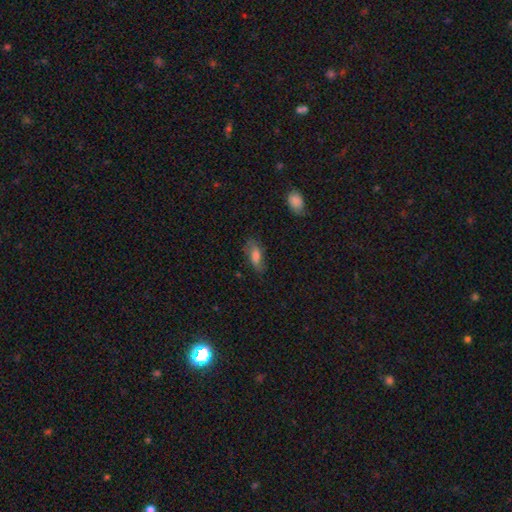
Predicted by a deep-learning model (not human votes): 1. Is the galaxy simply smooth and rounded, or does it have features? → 68% smooth, 24% featured or disk, 8% star or artifact.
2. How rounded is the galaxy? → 80% in between, 17% cigar-shaped, 4% round.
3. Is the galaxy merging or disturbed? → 66% none, 23% minor disturbance, 8% major disturbance, 2% merger.